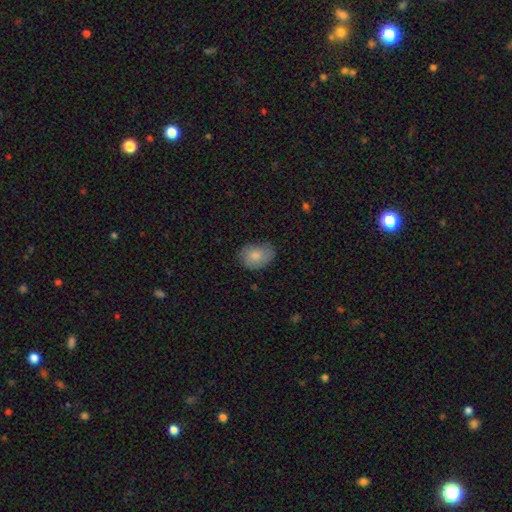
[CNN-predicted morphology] A smooth galaxy with no disk features (78%) that is in between round and cigar-shaped (74%).

Vote fractions:
- Smooth or featured? smooth: 78% / featured or disk: 15% / star or artifact: 7%
- How rounded? in between: 74% / round: 25% / cigar-shaped: 1%
- Merging? none: 67% / minor disturbance: 26% / major disturbance: 6% / merger: 1%